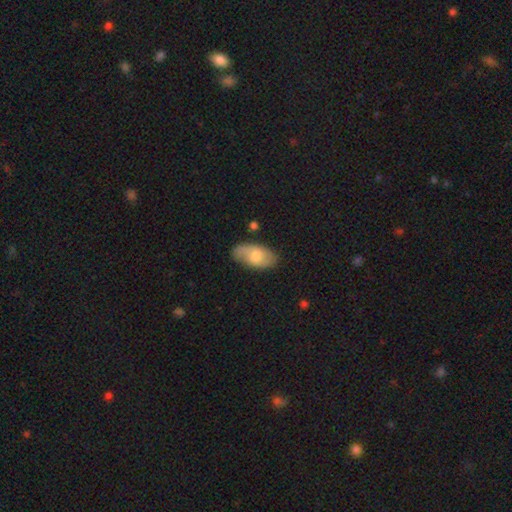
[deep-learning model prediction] Smooth or featured? Predicted: smooth (p=0.58). How rounded? Predicted: in between (p=0.94). Merging? Predicted: none (p=0.75).